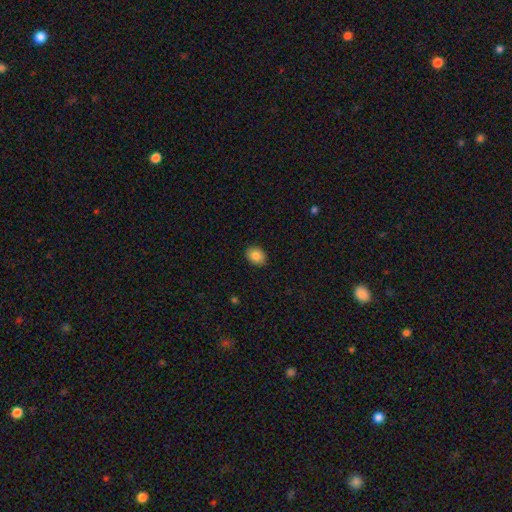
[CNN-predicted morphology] smooth 84%, star or artifact 9%, featured or disk 7%. Down the decision tree: how rounded — in between (56%); merging — none (89%).